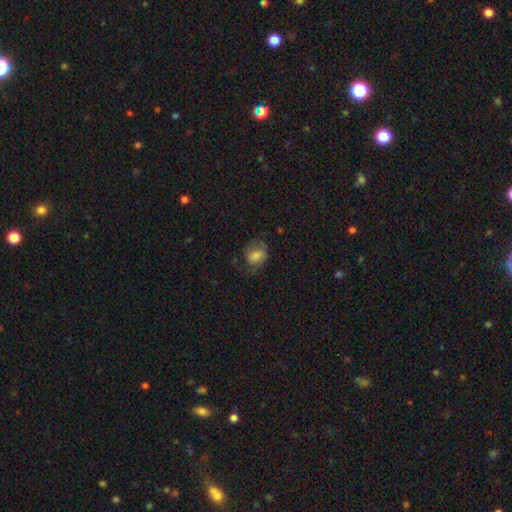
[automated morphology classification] A smooth galaxy with no disk features (68%) that is in between round and cigar-shaped (61%). Merging: none (54%).